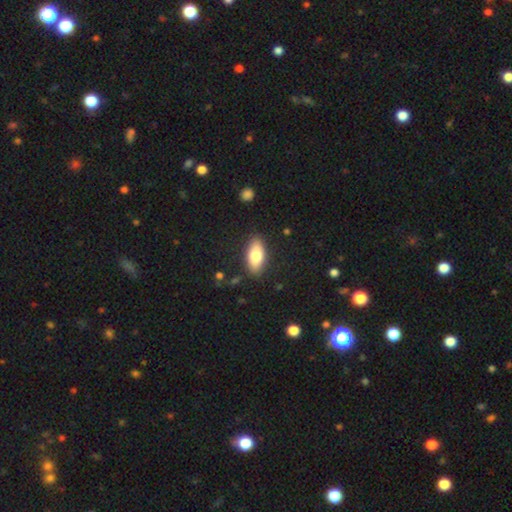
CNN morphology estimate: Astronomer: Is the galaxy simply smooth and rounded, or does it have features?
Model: smooth — 77%.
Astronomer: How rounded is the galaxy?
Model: in between — 86%.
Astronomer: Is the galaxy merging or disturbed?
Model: none — 86%.